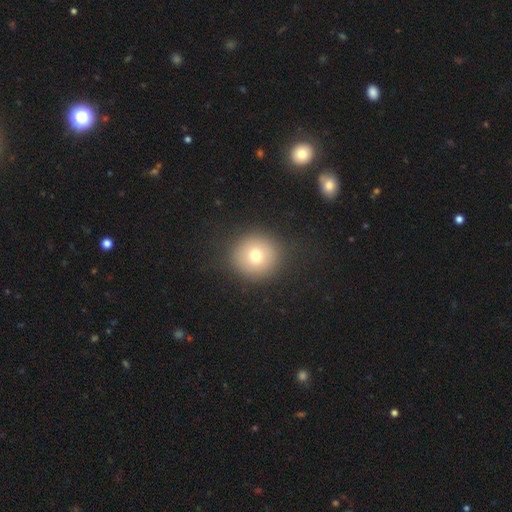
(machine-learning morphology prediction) This appears to be a smooth galaxy with no disk features (72%) that is round (92%). Merging: none (89%).